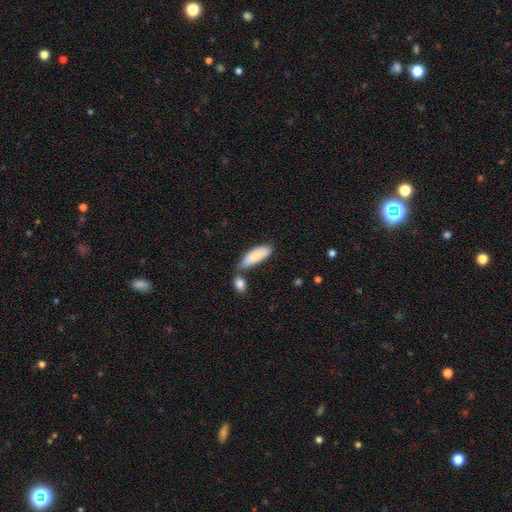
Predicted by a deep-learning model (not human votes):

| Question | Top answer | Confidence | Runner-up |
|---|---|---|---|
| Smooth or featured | smooth | 82% | featured or disk (12%) |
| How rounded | in between | 68% | cigar-shaped (31%) |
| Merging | none | 52% | merger (25%) |